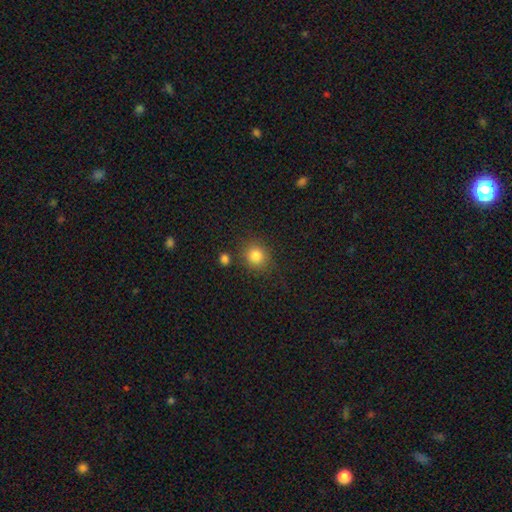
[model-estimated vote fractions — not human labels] Smooth or featured? Predicted: smooth (p=0.84). How rounded? Predicted: round (p=0.83). Merging? Predicted: none (p=0.81).